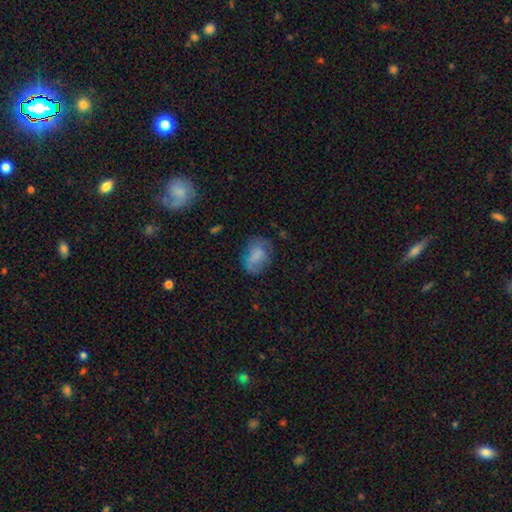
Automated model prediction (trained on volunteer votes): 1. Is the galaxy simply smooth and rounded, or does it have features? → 63% smooth, 26% featured or disk, 10% star or artifact.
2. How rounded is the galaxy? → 79% in between, 20% round, 2% cigar-shaped.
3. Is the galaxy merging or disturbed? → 48% none, 29% minor disturbance, 20% major disturbance, 2% merger.